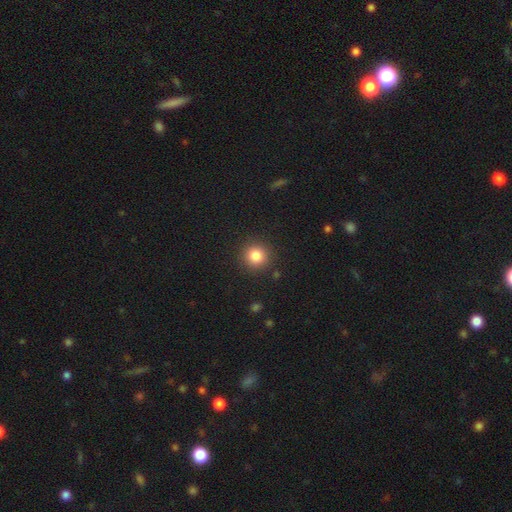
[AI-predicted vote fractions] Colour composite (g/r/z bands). It shows a smooth galaxy with no disk features (83%) that is round (93%). Merging: none (90%).